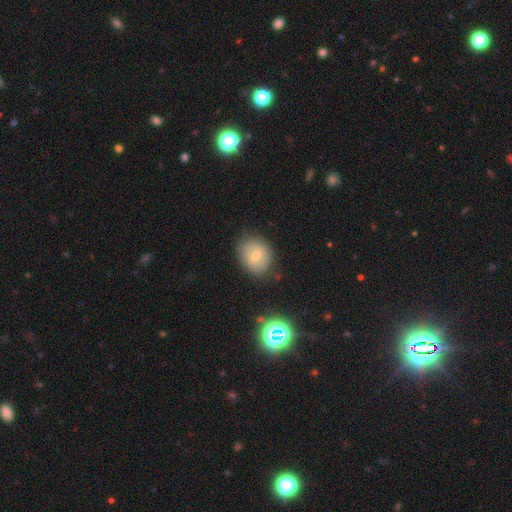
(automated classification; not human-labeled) Smooth or featured: smooth — 54% (featured or disk — 36%)
How rounded: round — 63% (in between — 35%)
Merging: none — 75% (minor disturbance — 18%)